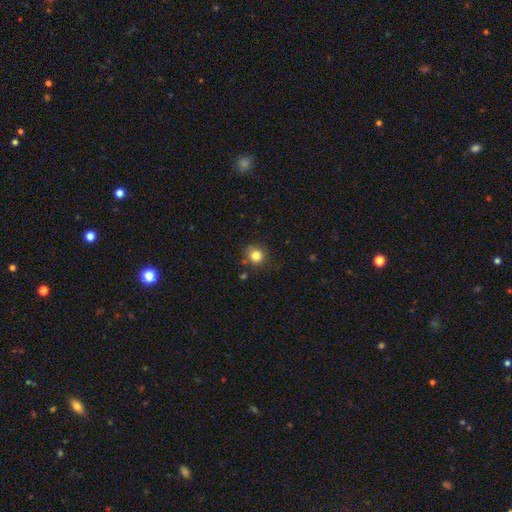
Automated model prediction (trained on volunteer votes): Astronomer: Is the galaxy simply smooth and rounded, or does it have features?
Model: smooth — 82%.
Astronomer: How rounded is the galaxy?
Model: round — 89%.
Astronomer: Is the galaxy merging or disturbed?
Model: none — 81%.